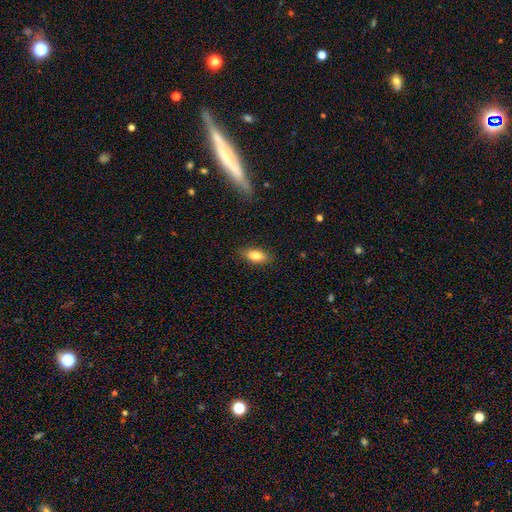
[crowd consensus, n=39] smooth_or_featured: smooth (p=0.82) [alt: featured or disk p=0.10]
how_rounded: in between (p=0.91) [alt: cigar-shaped p=0.06]
merging: none (p=0.83) [alt: minor disturbance p=0.17]